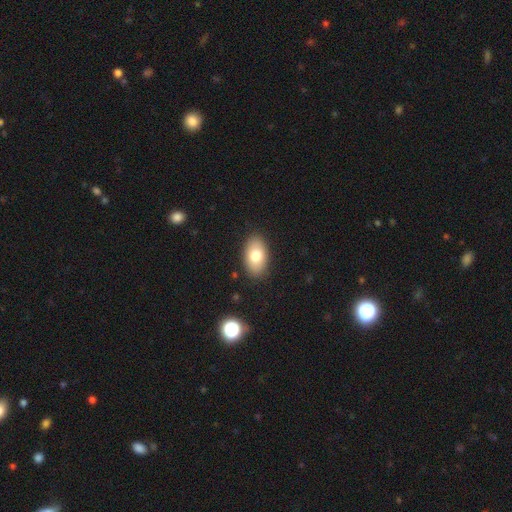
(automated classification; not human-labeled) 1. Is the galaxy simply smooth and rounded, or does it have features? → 77% smooth, 16% featured or disk, 8% star or artifact.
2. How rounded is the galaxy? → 92% in between, 6% round, 2% cigar-shaped.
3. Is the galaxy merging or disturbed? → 87% none, 9% minor disturbance, 2% major disturbance, 1% merger.